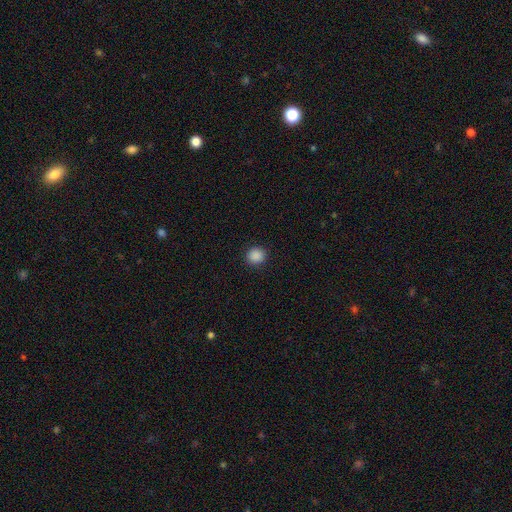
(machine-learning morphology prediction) Overall: smooth (88%). How rounded: round (90%). Merging: none (92%).